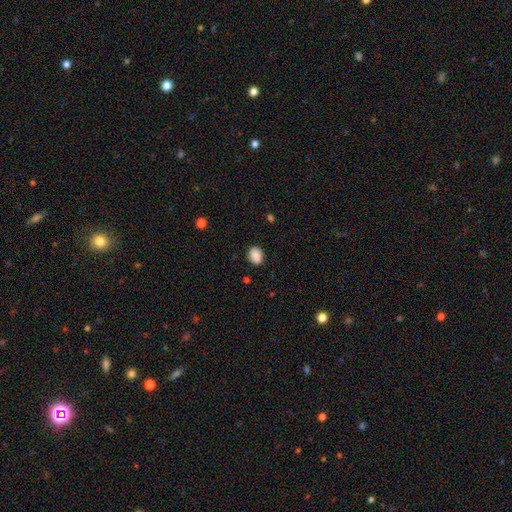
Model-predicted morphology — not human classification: smooth_or_featured: smooth (p=0.85) [alt: star or artifact p=0.08]
how_rounded: in between (p=0.54) [alt: round p=0.45]
merging: none (p=0.83) [alt: minor disturbance p=0.12]